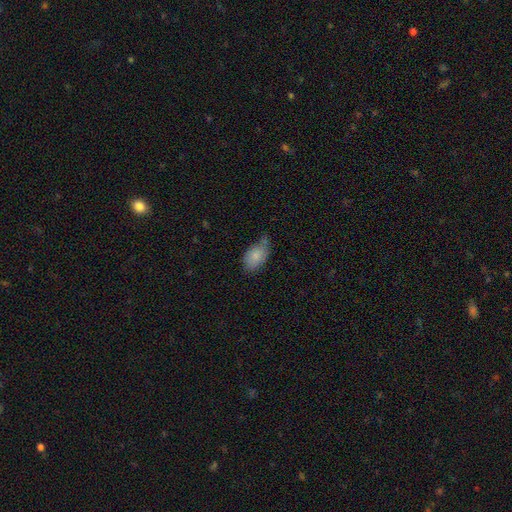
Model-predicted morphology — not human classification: This is clearly a smooth galaxy (83%). How rounded: clearly in between (91%). Merging: possibly none (47%).